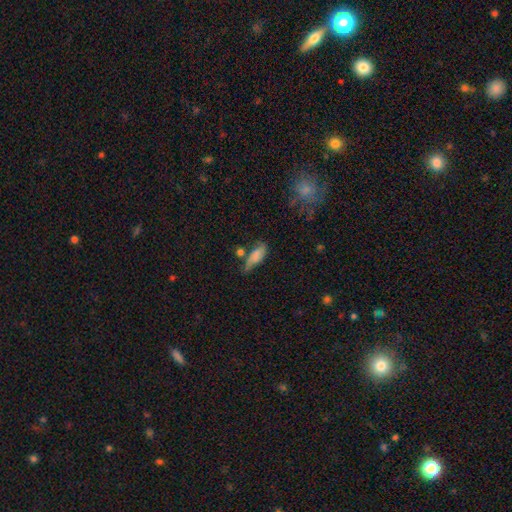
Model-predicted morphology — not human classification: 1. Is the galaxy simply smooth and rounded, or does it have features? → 69% smooth, 21% featured or disk, 10% star or artifact.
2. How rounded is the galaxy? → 68% in between, 28% cigar-shaped, 4% round.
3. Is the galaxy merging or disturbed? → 39% none, 32% minor disturbance, 15% major disturbance, 14% merger.